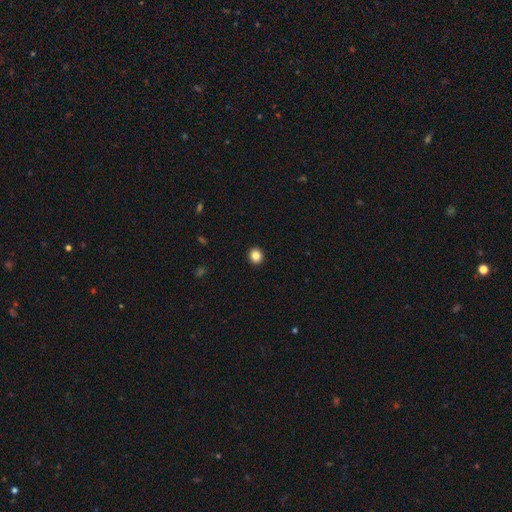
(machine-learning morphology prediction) The model was most divided on "how rounded": round: 84%, in between: 15%, cigar-shaped: 1%. More confident: merging — none (93%); smooth or featured — smooth (85%).